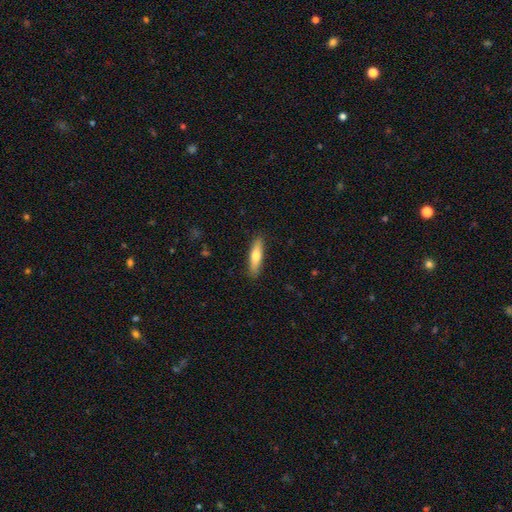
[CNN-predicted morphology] smooth-or-featured: smooth: 71% | featured or disk: 23% | star or artifact: 6%
  how-rounded: cigar-shaped: 69% | in between: 29% | round: 2%
  merging: none: 88% | minor disturbance: 9% | major disturbance: 2% | merger: 1%